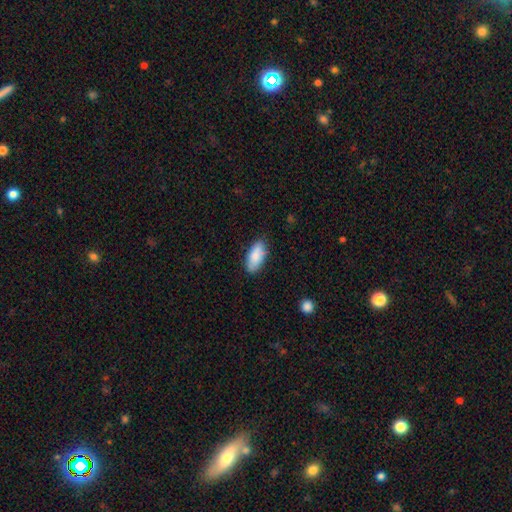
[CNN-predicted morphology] smooth 82%, featured or disk 11%, star or artifact 6%. Down the decision tree: how rounded — in between (86%); merging — none (78%).